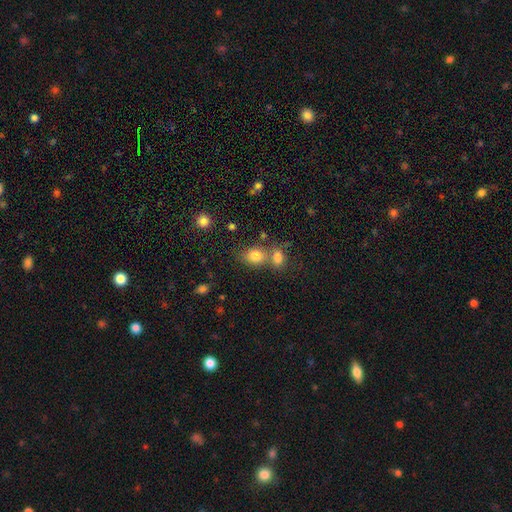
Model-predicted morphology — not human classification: smooth-or-featured: smooth: 80% | star or artifact: 12% | featured or disk: 8%
  how-rounded: in between: 64% | round: 34% | cigar-shaped: 1%
  merging: none: 44% | merger: 41% | minor disturbance: 10% | major disturbance: 4%